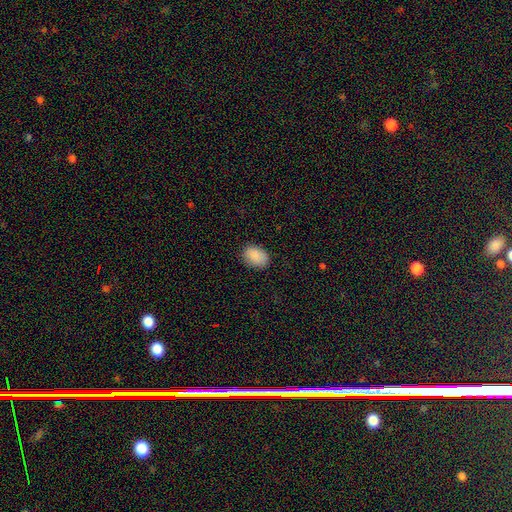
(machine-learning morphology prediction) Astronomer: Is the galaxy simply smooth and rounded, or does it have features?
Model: smooth — 90%.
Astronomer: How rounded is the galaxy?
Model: in between — 79%.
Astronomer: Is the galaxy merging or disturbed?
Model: none — 86%.